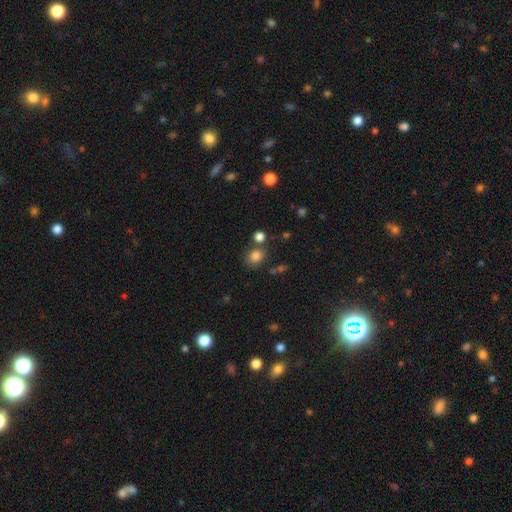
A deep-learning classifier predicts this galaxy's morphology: Smooth or featured?
  - smooth: 81% *
  - star or artifact: 13%
  - featured or disk: 6%
How rounded?
  - round: 62% *
  - in between: 37%
  - cigar-shaped: 1%
Merging?
  - none: 70% *
  - merger: 14%
  - minor disturbance: 12%
  - major disturbance: 4%